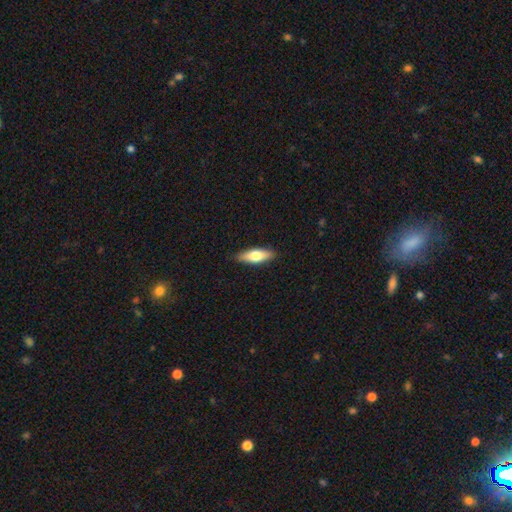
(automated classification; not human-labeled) This appears to be a smooth galaxy with no disk features (65%) that is in between round and cigar-shaped (56%). Merging: none (89%).